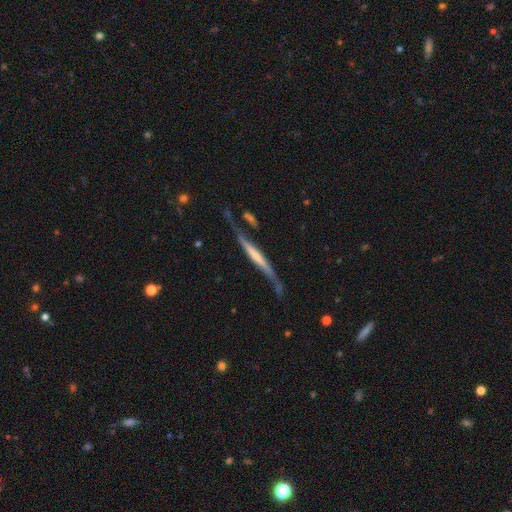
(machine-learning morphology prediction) The model was most divided on "edge-on bulge": none: 50%, rounded: 26%, boxy: 25%. More confident: edge-on disk — yes (82%); smooth or featured — featured or disk (67%); merging — none (50%).